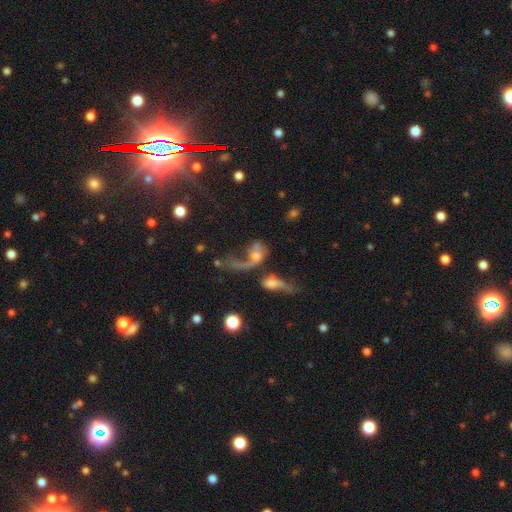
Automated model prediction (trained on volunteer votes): This is possibly a featured or disk galaxy (56%). It is clearly not viewed edge-on (91%). Bar: likely no (75%). Spiral arm pattern: likely yes (62%). Central bulge: marginally small (40%). Merging: marginally merger (36%, tied with major disturbance).